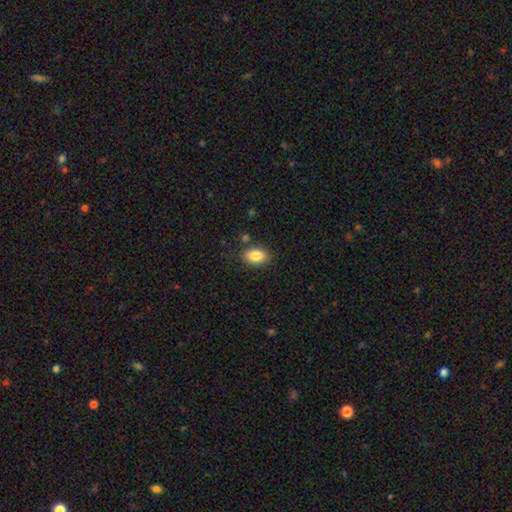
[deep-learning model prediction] smooth-or-featured: smooth: 85% | star or artifact: 8% | featured or disk: 7%
  how-rounded: in between: 88% | round: 10% | cigar-shaped: 2%
  merging: none: 82% | minor disturbance: 12% | merger: 4% | major disturbance: 3%